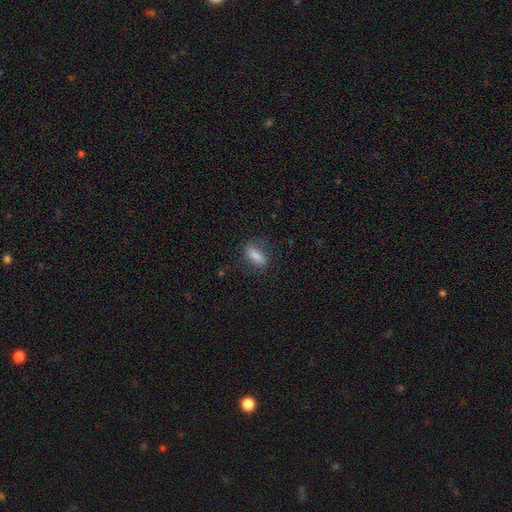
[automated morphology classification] Overall: smooth (76%). How rounded: in between (58%; cigar-shaped 37%). Merging: none (75%).